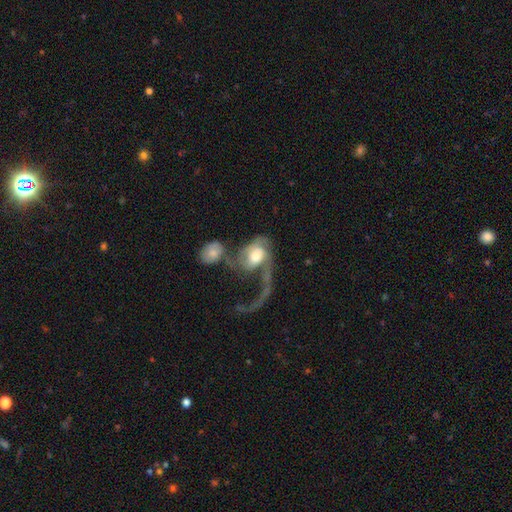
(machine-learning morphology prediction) Smooth or featured?
  - featured or disk: 66% *
  - smooth: 27%
  - star or artifact: 7%
Edge-on disk?
  - no: 96% *
  - yes: 4%
Bar?
  - no: 63% *
  - weak: 29%
  - strong: 8%
Spiral arms?
  - yes: 80% *
  - no: 20%
Spiral winding?
  - loose: 69% *
  - medium: 22%
  - tight: 9%
Spiral arm count?
  - 1: 61% *
  - 2: 22%
  - can't tell: 10%
  - 3: 3%
  - 4: 2%
  - more than 4: 2%
Bulge size?
  - moderate: 50% *
  - large: 32%
  - small: 10%
  - dominant: 4%
  - none: 3%
Merging?
  - major disturbance: 52% *
  - merger: 29%
  - none: 12%
  - minor disturbance: 7%